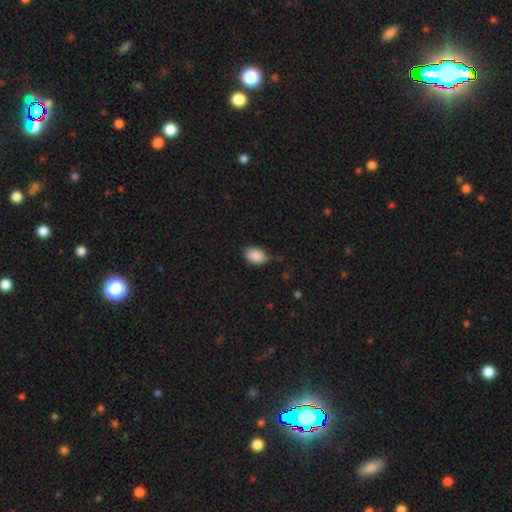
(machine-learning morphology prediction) Smooth or featured? smooth (89%)
How rounded? in between (92%)
Merging? none (74%)